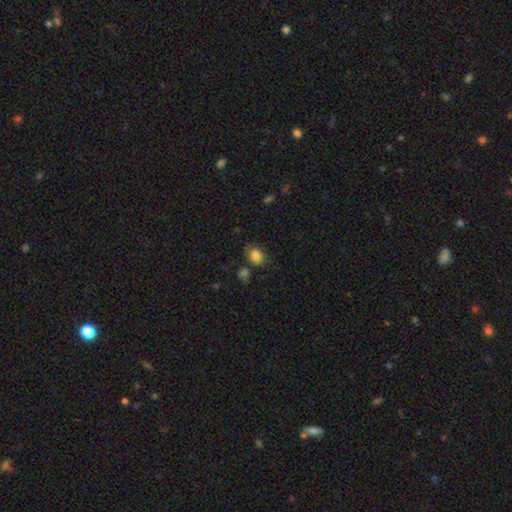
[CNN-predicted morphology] smooth-or-featured: smooth: 83% | star or artifact: 10% | featured or disk: 7%
  how-rounded: in between: 53% | round: 46% | cigar-shaped: 1%
  merging: none: 66% | minor disturbance: 20% | merger: 7% | major disturbance: 7%